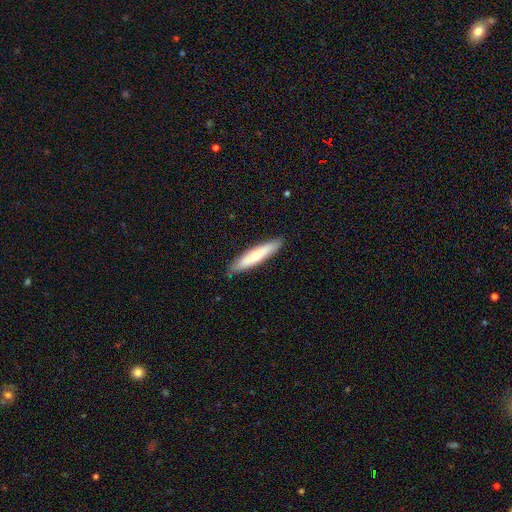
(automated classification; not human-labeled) smooth_or_featured: smooth (p=0.65) [alt: featured or disk p=0.30]
how_rounded: cigar-shaped (p=0.87) [alt: in between p=0.12]
merging: none (p=0.86) [alt: minor disturbance p=0.11]